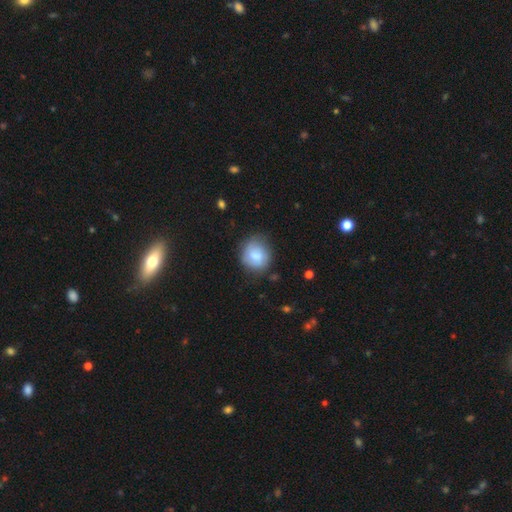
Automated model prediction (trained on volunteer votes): A smooth galaxy with no disk features (75%) that is round (80%). Merging: none (65%).